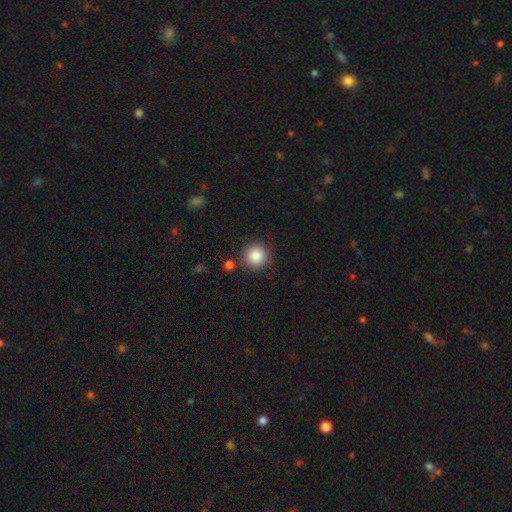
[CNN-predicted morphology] This appears to be a smooth galaxy with no disk features (85%) that is round (94%). Merging: none (82%).